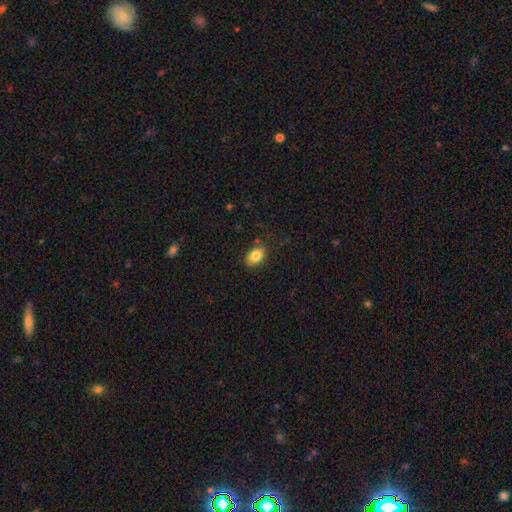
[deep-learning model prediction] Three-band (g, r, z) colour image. It shows a smooth galaxy with no disk features (84%) that is in between round and cigar-shaped (85%). Merging: none (84%).